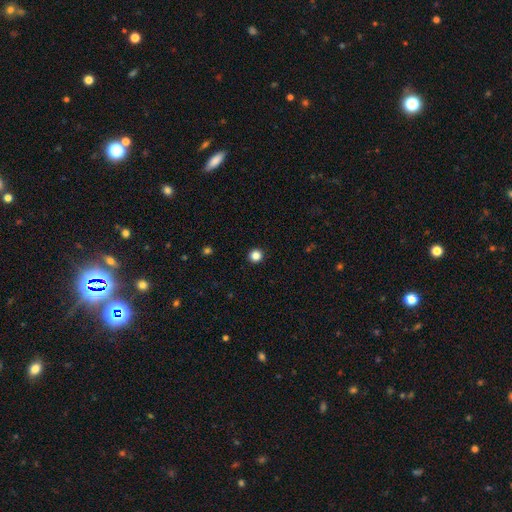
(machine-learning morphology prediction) type=smooth (85%); roundness=round (95%); merging=none (94%).